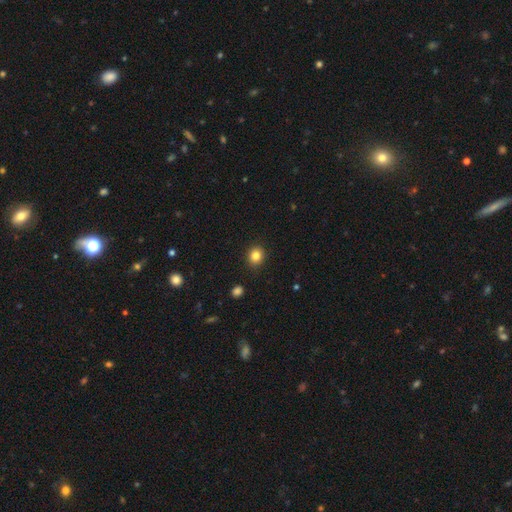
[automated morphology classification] Q: Smooth or featured?
A: smooth (83%); runner-up: star or artifact (11%)
Q: How rounded?
A: round (77%); runner-up: in between (22%)
Q: Merging?
A: none (90%); runner-up: minor disturbance (6%)